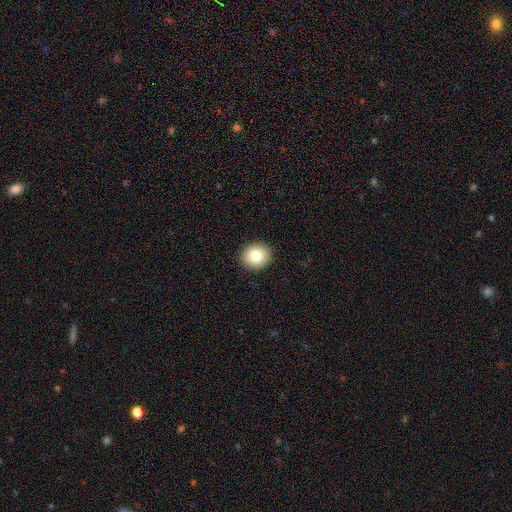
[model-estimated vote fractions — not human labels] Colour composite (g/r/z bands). It shows a smooth galaxy with no disk features (80%) that is round (78%). Merging: none (92%).